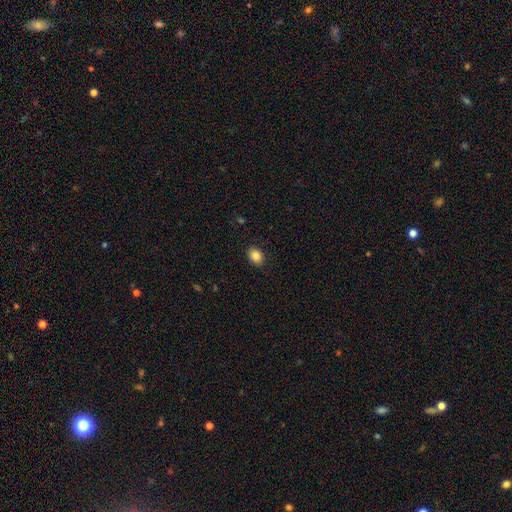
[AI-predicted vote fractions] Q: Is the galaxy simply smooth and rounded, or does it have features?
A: smooth — 85%.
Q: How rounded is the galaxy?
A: in between — 68%.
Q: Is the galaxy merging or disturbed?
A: none — 88%.